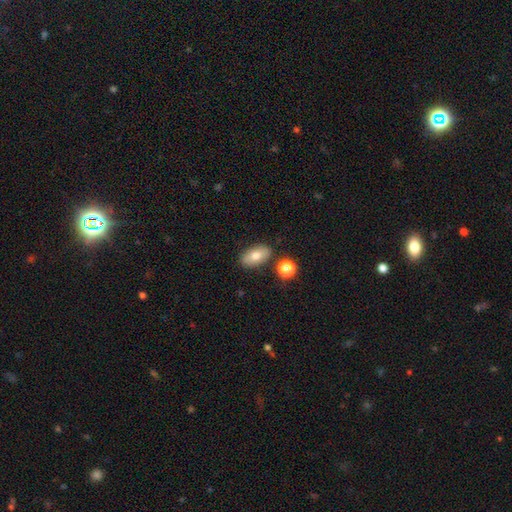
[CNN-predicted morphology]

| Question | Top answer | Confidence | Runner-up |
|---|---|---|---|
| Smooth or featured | smooth | 76% | featured or disk (16%) |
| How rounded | in between | 90% | round (6%) |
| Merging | none | 83% | minor disturbance (10%) |